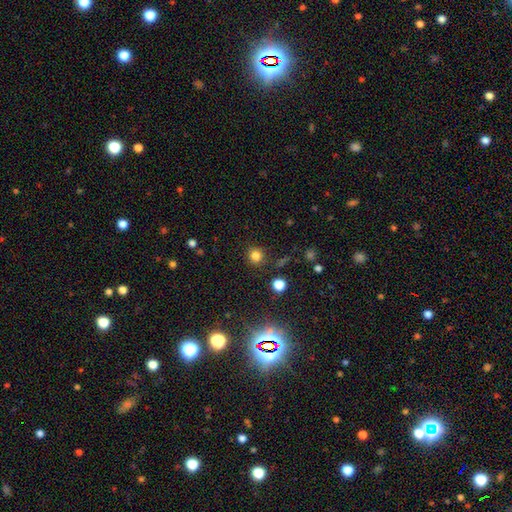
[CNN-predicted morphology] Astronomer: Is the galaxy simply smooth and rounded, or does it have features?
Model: smooth — 80%.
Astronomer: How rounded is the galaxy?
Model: round — 91%.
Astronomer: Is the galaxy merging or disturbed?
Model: none — 86%.